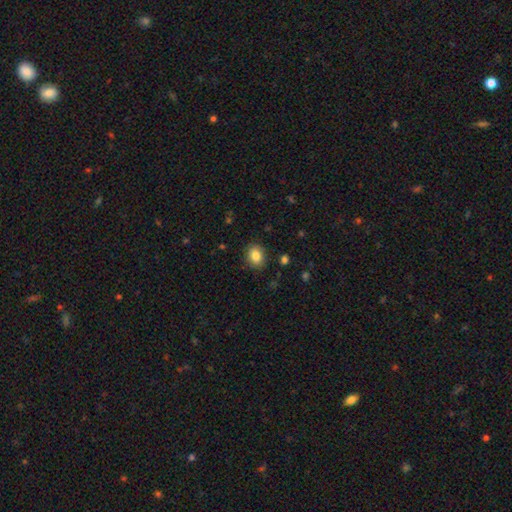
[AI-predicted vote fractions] smooth_or_featured: smooth (p=0.84) [alt: star or artifact p=0.09]
how_rounded: in between (p=0.51) [alt: round p=0.48]
merging: none (p=0.88) [alt: minor disturbance p=0.08]